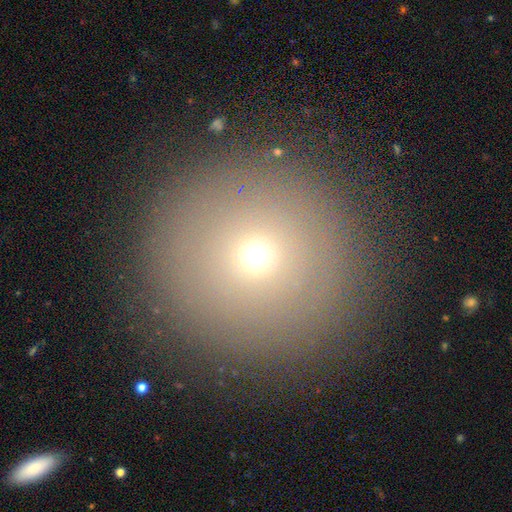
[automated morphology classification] smooth-or-featured: smooth: 69% | star or artifact: 18% | featured or disk: 13%
  how-rounded: round: 95% | in between: 4% | cigar-shaped: 1%
  merging: none: 90% | minor disturbance: 6% | major disturbance: 3% | merger: 1%